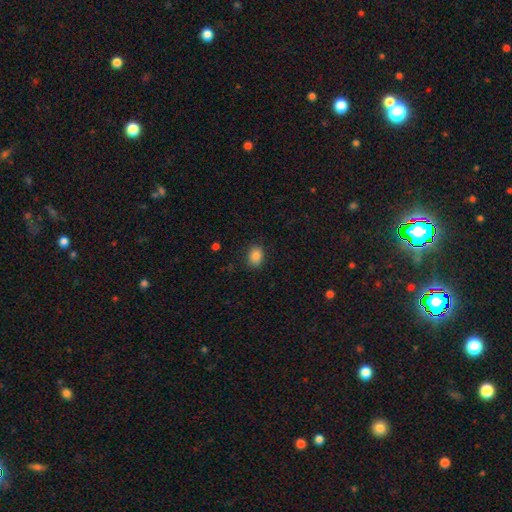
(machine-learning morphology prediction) type=smooth (86%); roundness=in between (68%); merging=none (87%).